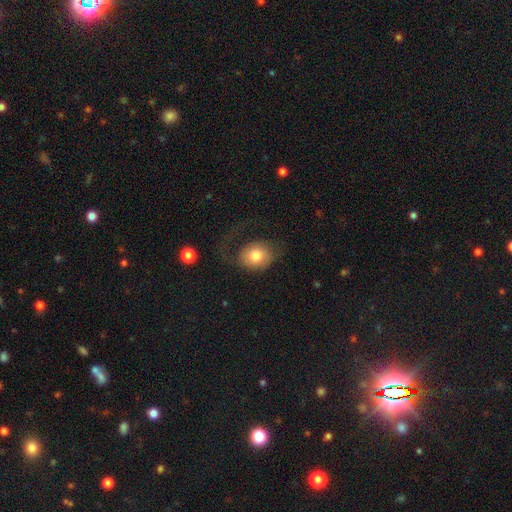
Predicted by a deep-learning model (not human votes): smooth-or-featured: smooth: 71% | featured or disk: 22% | star or artifact: 8%
  how-rounded: round: 52% | in between: 47% | cigar-shaped: 1%
  merging: none: 41% | major disturbance: 38% | minor disturbance: 19% | merger: 2%